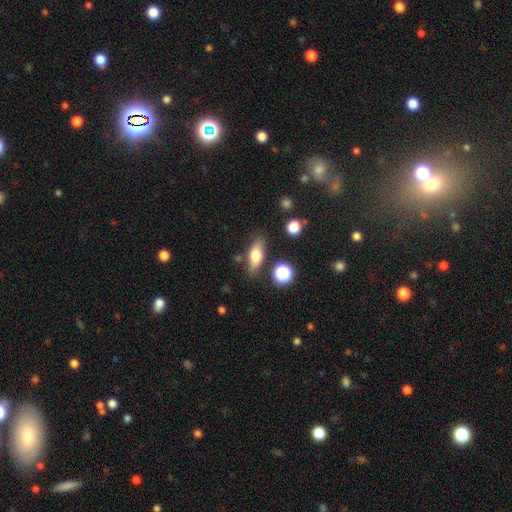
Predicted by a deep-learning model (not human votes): Smooth or featured? smooth (65%)
How rounded? in between (66%)
Merging? none (78%)